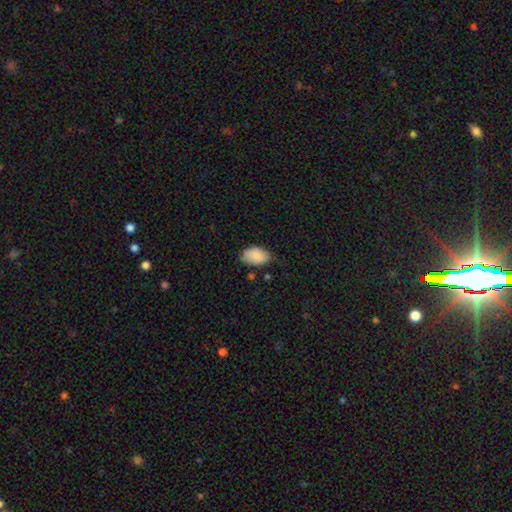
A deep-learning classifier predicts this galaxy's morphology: smooth 88%, star or artifact 7%, featured or disk 6%. Down the decision tree: how rounded — in between (91%); merging — none (69%).